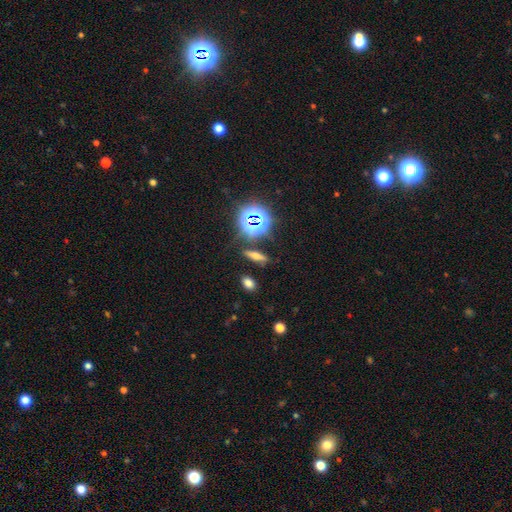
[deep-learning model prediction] Q: Smooth or featured?
A: smooth (49%); runner-up: star or artifact (28%)
Q: Merging?
A: none (84%); runner-up: minor disturbance (9%)